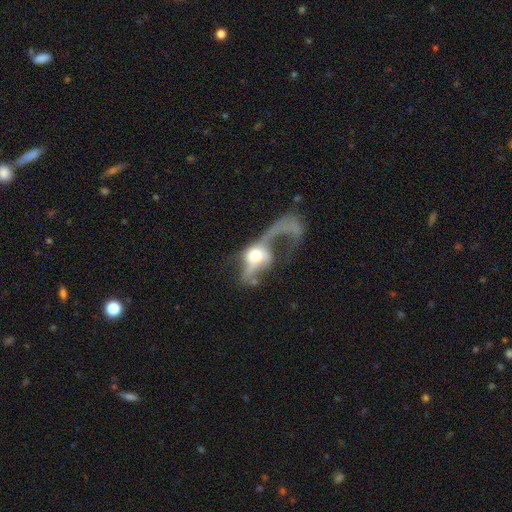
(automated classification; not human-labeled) This is possibly a featured or disk galaxy (59%). It is clearly not viewed edge-on (82%). Merging: likely major disturbance (67%).